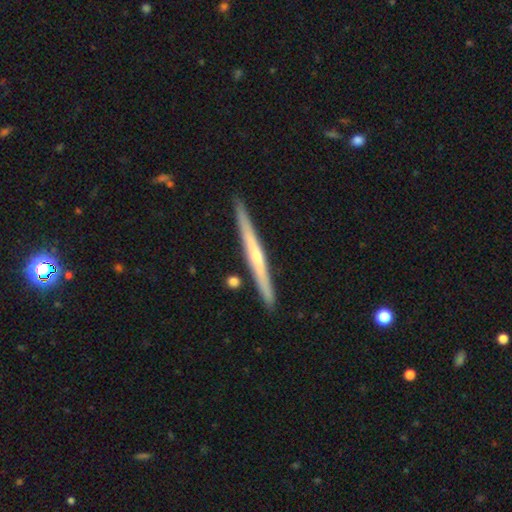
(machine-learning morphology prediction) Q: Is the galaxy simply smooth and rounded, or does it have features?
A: featured or disk — 68%.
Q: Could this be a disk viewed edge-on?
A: yes — 97%.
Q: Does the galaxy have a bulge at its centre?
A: rounded — 56%.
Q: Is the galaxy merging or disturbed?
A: none — 90%.